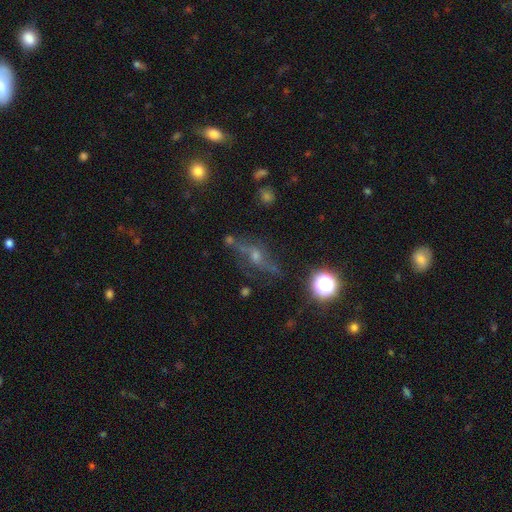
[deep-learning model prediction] smooth_or_featured: featured or disk (p=0.54) [alt: star or artifact p=0.24]
disk_edge_on: no (p=0.60) [alt: yes p=0.40]
merging: none (p=0.62) [alt: minor disturbance p=0.19]